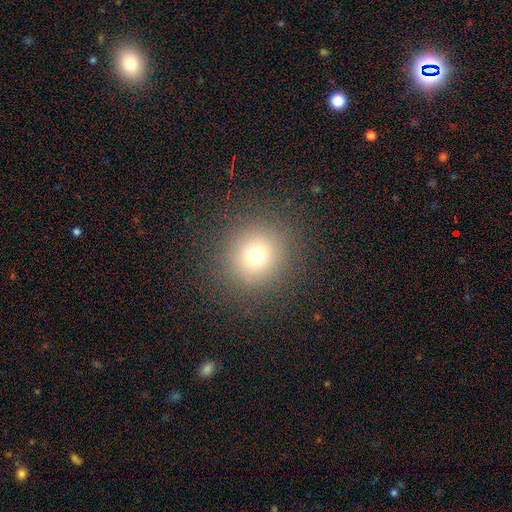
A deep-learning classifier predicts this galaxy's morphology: Smooth or featured: smooth — 73% (star or artifact — 17%)
How rounded: round — 91% (in between — 8%)
Merging: none — 89% (minor disturbance — 6%)